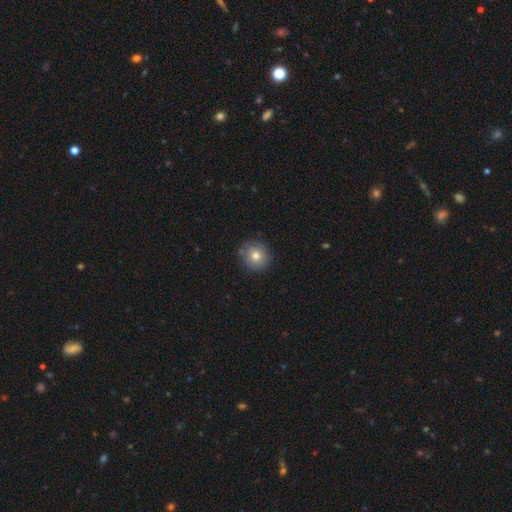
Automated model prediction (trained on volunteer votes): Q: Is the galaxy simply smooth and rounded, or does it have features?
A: smooth — 77%.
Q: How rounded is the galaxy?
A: round — 92%.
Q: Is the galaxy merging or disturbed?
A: none — 83%.